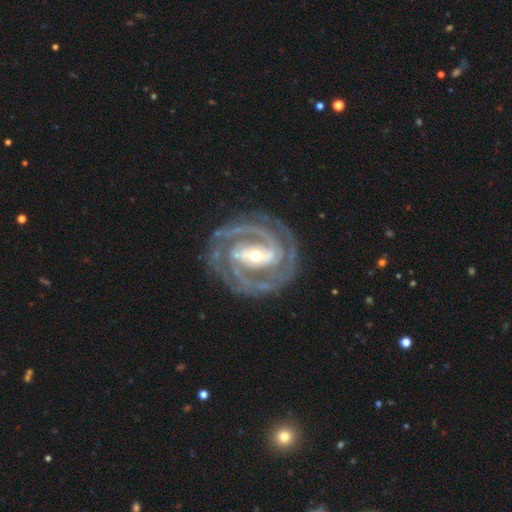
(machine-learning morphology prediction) Smooth or featured? featured or disk (92%)
Edge-on disk? no (97%)
Bar? strong (61%)
Spiral arms? yes (98%)
Spiral winding? tight (71%)
Spiral arm count? 2 (64%)
Bulge size? small (51%)
Merging? none (81%)